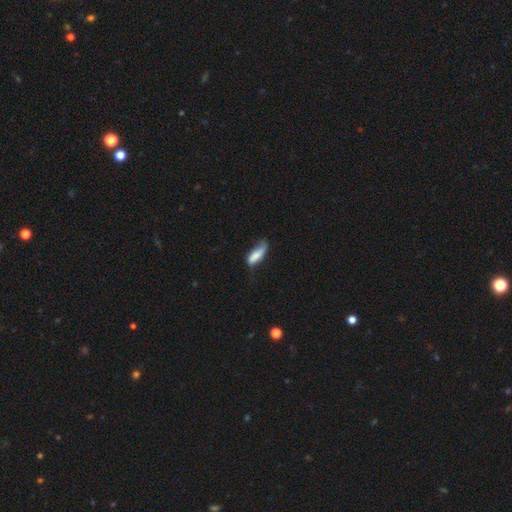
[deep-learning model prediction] Smooth or featured?
  - smooth: 81% *
  - featured or disk: 12%
  - star or artifact: 7%
How rounded?
  - in between: 63% *
  - cigar-shaped: 36%
  - round: 2%
Merging?
  - none: 44% *
  - minor disturbance: 41%
  - major disturbance: 13%
  - merger: 3%